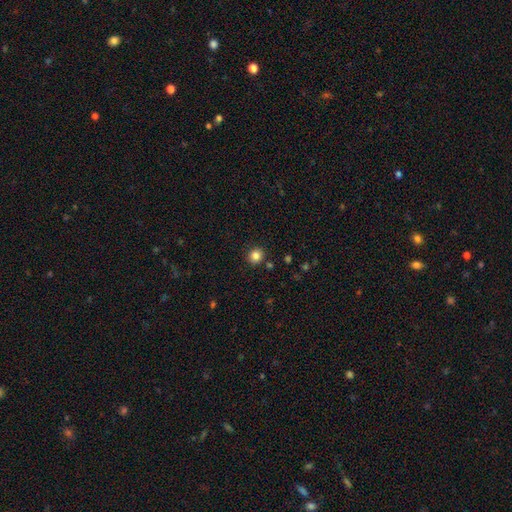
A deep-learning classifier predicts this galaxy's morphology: smooth-or-featured: smooth: 84% | star or artifact: 12% | featured or disk: 4%
  how-rounded: round: 89% | in between: 10% | cigar-shaped: 1%
  merging: none: 89% | minor disturbance: 6% | merger: 3% | major disturbance: 2%